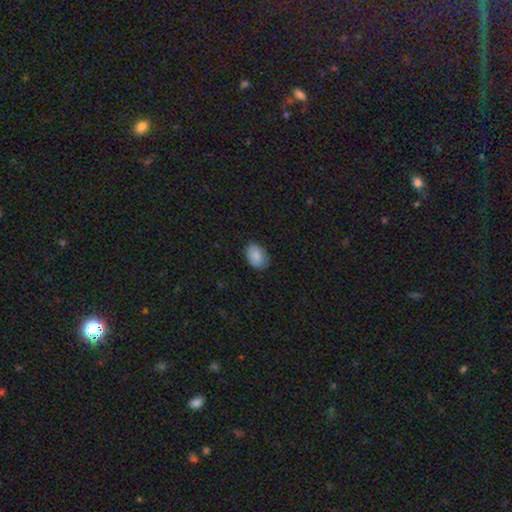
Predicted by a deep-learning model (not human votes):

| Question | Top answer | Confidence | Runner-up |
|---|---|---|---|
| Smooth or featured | smooth | 87% | star or artifact (7%) |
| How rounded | in between | 83% | round (16%) |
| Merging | none | 81% | minor disturbance (16%) |